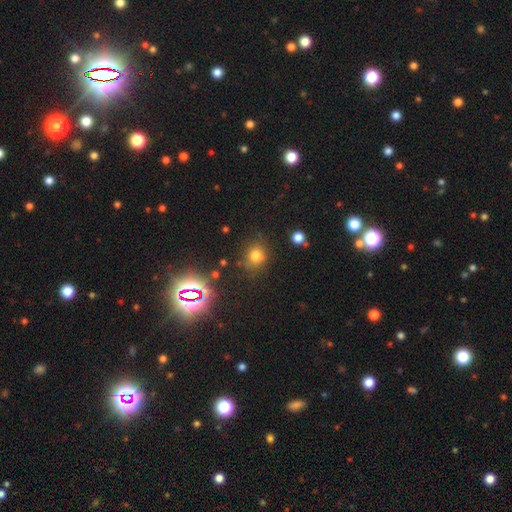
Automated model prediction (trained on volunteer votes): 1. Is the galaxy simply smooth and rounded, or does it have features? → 69% smooth, 23% star or artifact, 9% featured or disk.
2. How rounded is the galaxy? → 71% round, 28% in between, 1% cigar-shaped.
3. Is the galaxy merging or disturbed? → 72% none, 16% minor disturbance, 6% merger, 6% major disturbance.